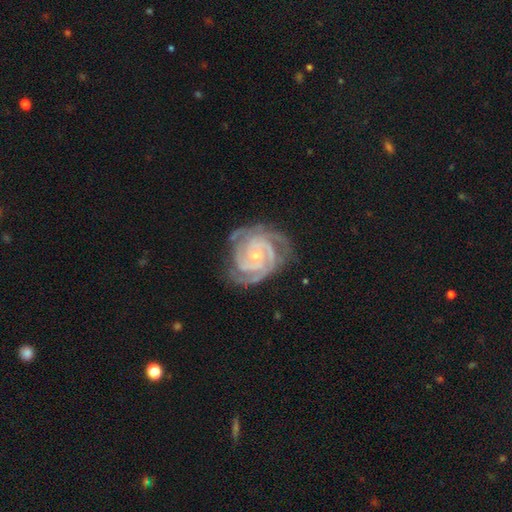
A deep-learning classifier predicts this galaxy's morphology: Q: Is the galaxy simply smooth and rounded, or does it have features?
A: featured or disk — 93%.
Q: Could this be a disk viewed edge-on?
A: no — 98%.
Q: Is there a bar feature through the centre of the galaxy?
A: no — 68%.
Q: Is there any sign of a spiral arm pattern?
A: yes — 99%.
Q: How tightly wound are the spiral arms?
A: tight — 77%.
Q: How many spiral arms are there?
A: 3 — 42%.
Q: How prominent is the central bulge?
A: small — 79%.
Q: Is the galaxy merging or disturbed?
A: none — 73%.